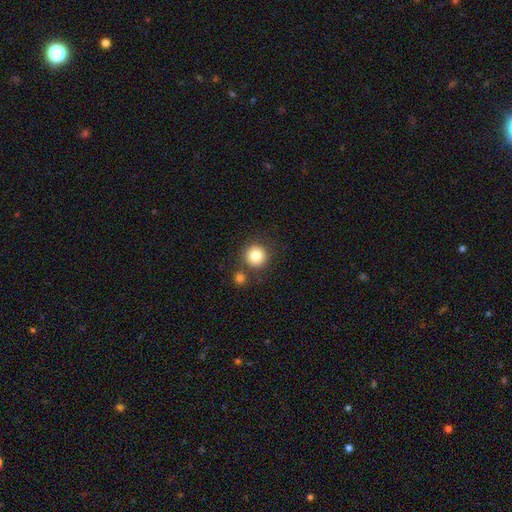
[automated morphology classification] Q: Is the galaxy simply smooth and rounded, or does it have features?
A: smooth — 83%.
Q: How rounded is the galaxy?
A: round — 94%.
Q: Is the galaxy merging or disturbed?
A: none — 77%.